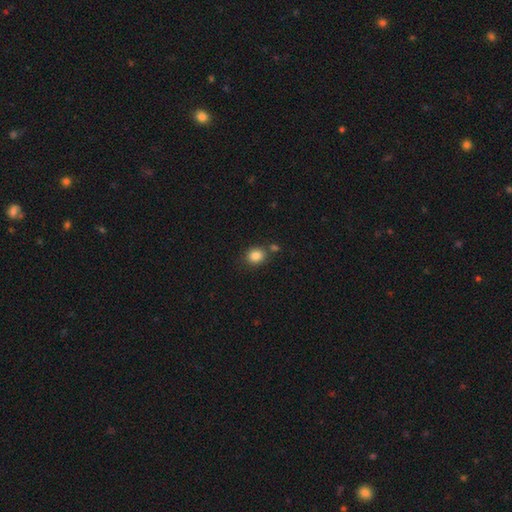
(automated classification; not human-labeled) Smooth or featured?
  - smooth: 85% *
  - star or artifact: 10%
  - featured or disk: 5%
How rounded?
  - round: 67% *
  - in between: 32%
  - cigar-shaped: 1%
Merging?
  - none: 73% *
  - merger: 13%
  - minor disturbance: 11%
  - major disturbance: 3%